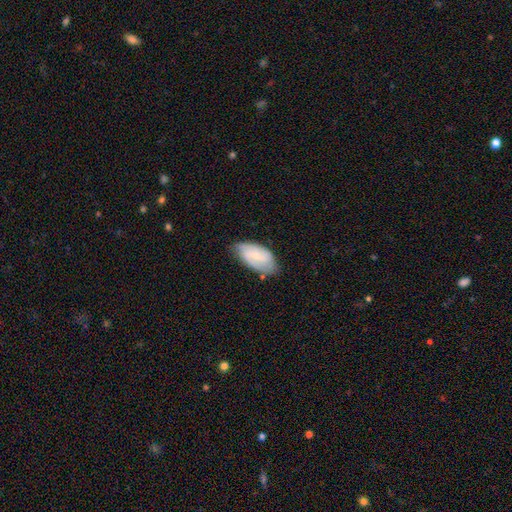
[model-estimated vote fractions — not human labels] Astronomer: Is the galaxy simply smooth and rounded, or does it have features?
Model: featured or disk — 60%.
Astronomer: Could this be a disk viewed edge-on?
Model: no — 95%.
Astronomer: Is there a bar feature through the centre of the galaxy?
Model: no — 58% (runner-up: weak, 35%).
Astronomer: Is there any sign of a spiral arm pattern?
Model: yes — 87%.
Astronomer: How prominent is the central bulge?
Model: small — 69%.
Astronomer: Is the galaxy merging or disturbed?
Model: none — 69%.